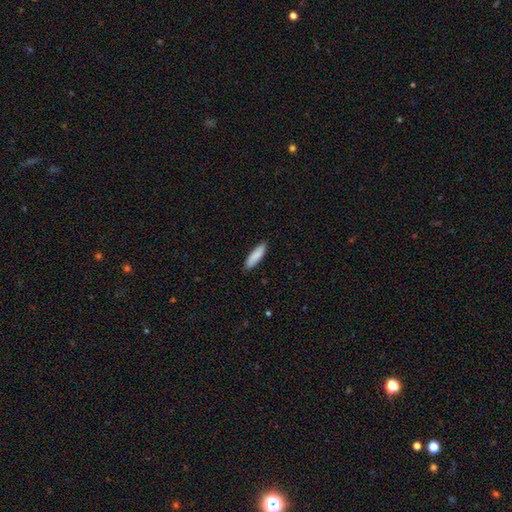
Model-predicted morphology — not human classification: Overall: smooth (88%). How rounded: cigar-shaped (61%; in between 38%). Merging: none (87%).